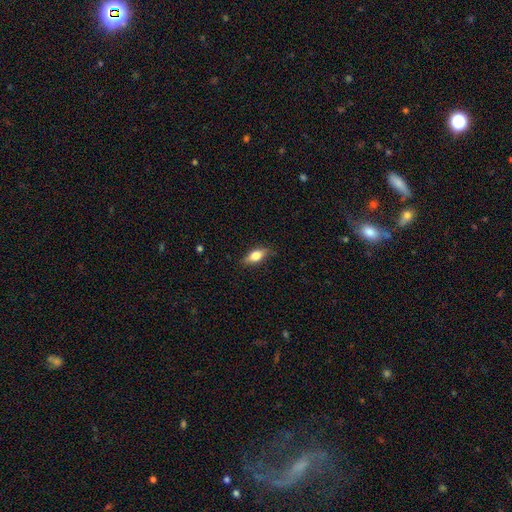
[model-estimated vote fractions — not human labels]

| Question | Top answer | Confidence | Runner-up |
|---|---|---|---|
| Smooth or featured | smooth | 75% | featured or disk (18%) |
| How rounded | in between | 81% | cigar-shaped (14%) |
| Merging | none | 83% | minor disturbance (14%) |